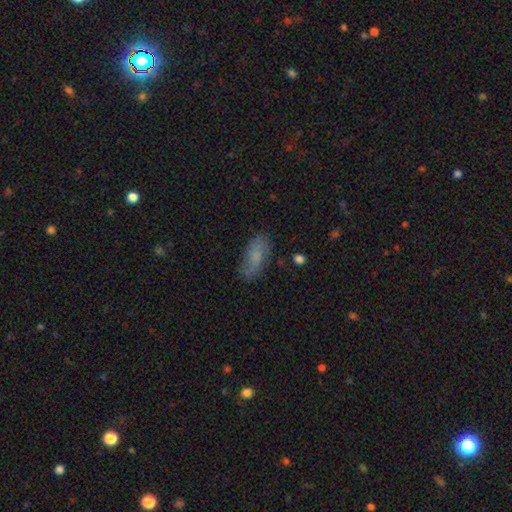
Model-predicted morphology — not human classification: Smooth or featured?
  - smooth: 71% *
  - featured or disk: 21%
  - star or artifact: 8%
How rounded?
  - in between: 83% *
  - cigar-shaped: 14%
  - round: 3%
Merging?
  - none: 76% *
  - minor disturbance: 18%
  - major disturbance: 5%
  - merger: 2%